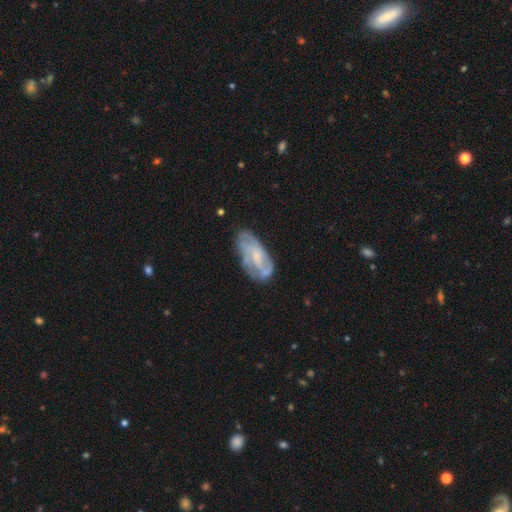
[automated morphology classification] Smooth or featured: featured or disk — 67% (smooth — 26%)
Edge-on disk: no — 94% (yes — 6%)
Bar: no — 57% (weak — 35%)
Spiral arms: yes — 79% (no — 21%)
Bulge size: small — 41% (none — 28%)
Merging: none — 62% (minor disturbance — 24%)